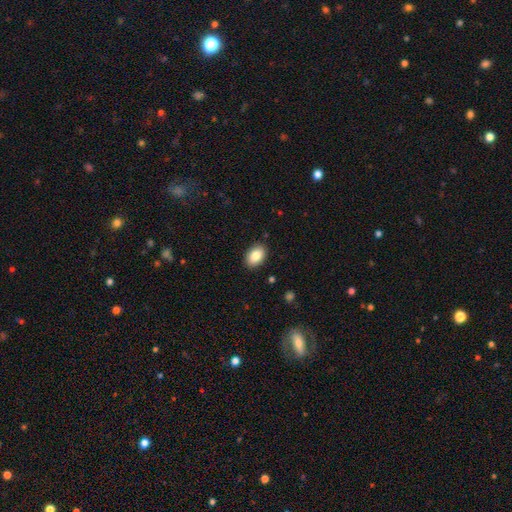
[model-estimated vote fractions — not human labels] Overall: smooth (86%). How rounded: in between (86%). Merging: none (89%).